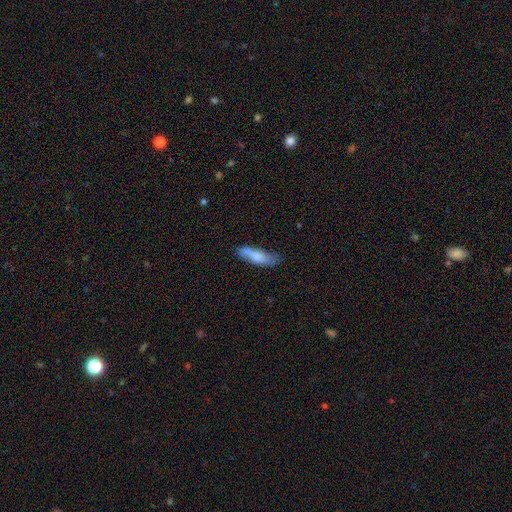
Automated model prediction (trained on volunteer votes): Q: Smooth or featured?
A: smooth (75%); runner-up: featured or disk (19%)
Q: How rounded?
A: cigar-shaped (54%); runner-up: in between (44%)
Q: Merging?
A: none (60%); runner-up: minor disturbance (27%)